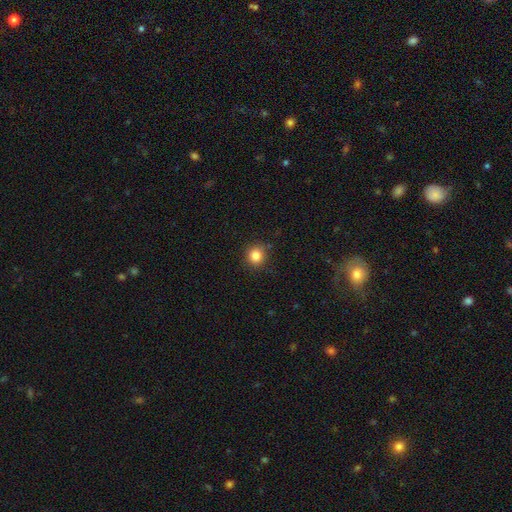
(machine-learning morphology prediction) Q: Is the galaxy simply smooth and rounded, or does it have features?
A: smooth — 84%.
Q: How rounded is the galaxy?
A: round — 88%.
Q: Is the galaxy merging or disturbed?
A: none — 87%.